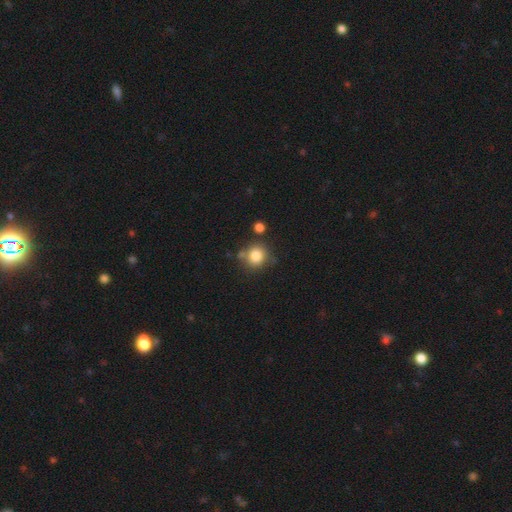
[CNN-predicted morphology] Smooth or featured: smooth — 83% (star or artifact — 11%)
How rounded: round — 88% (in between — 11%)
Merging: none — 72% (minor disturbance — 12%)